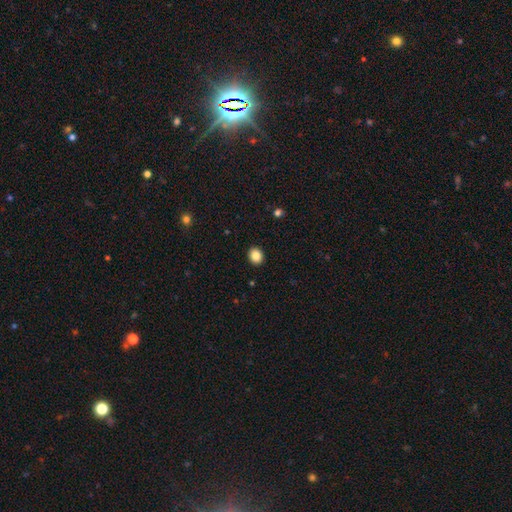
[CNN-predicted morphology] Smooth or featured? smooth (86%)
How rounded? round (63%)
Merging? none (92%)